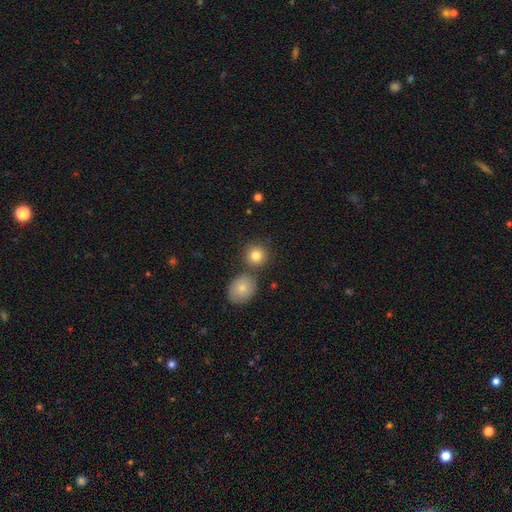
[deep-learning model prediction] Smooth or featured?
  - smooth: 82% *
  - star or artifact: 10%
  - featured or disk: 7%
How rounded?
  - round: 89% *
  - in between: 10%
  - cigar-shaped: 1%
Merging?
  - none: 73% *
  - merger: 16%
  - minor disturbance: 8%
  - major disturbance: 3%